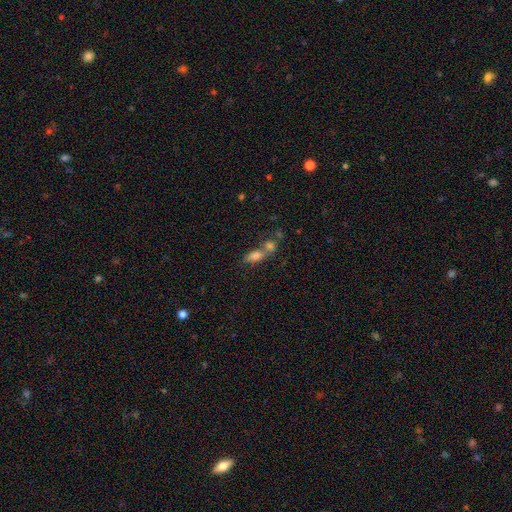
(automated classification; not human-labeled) smooth-or-featured: smooth: 73% | featured or disk: 15% | star or artifact: 12%
  how-rounded: in between: 74% | round: 13% | cigar-shaped: 13%
  merging: merger: 60% | none: 27% | minor disturbance: 8% | major disturbance: 5%